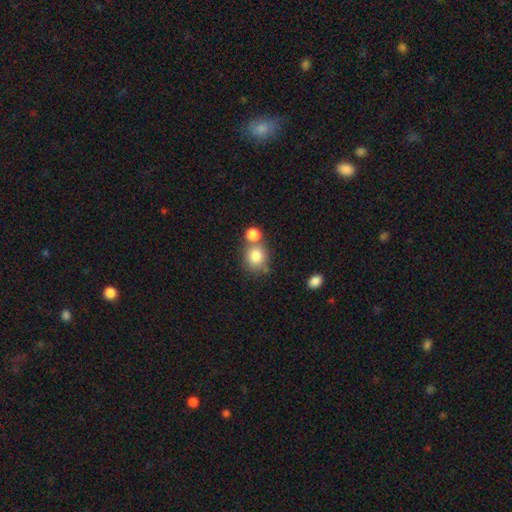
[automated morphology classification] Overall: smooth (82%). How rounded: round (78%). Merging: none (48%; merger 38%).